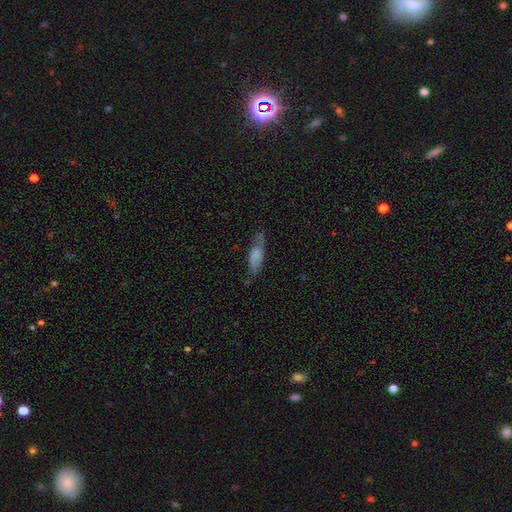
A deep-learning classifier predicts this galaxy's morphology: Smooth or featured: smooth — 73% (featured or disk — 20%)
How rounded: cigar-shaped — 51% (in between — 47%)
Merging: none — 59% (minor disturbance — 30%)